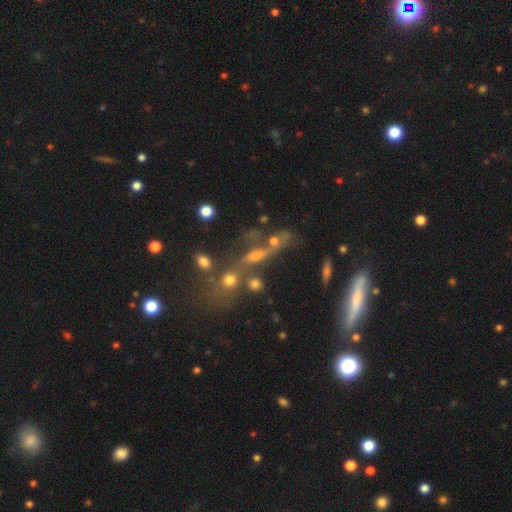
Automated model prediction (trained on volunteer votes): The model was most divided on "smooth or featured": star or artifact: 53%, smooth: 25%, featured or disk: 22%.